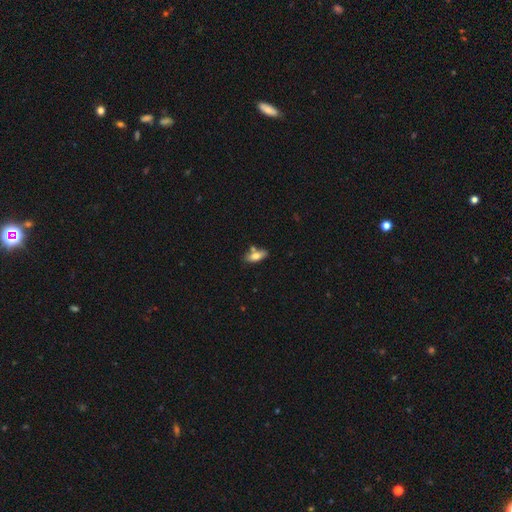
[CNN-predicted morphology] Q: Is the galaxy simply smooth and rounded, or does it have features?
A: smooth — 72%.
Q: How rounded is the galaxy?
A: in between — 75%.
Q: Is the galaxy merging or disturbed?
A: none — 64%.